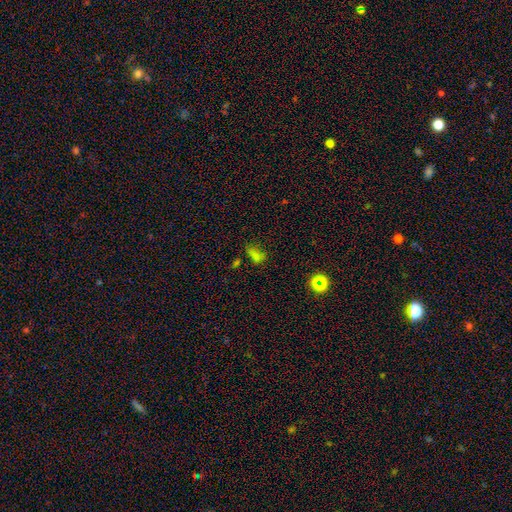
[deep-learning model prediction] Smooth or featured? Predicted: smooth (p=0.61). How rounded? Predicted: in between (p=0.81). Merging? Predicted: none (p=0.52).